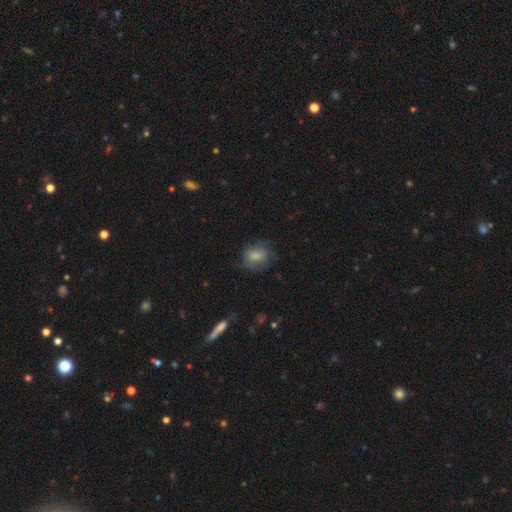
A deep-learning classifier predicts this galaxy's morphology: Smooth or featured: smooth — 72% (featured or disk — 19%)
How rounded: in between — 55% (round — 44%)
Merging: none — 63% (minor disturbance — 23%)